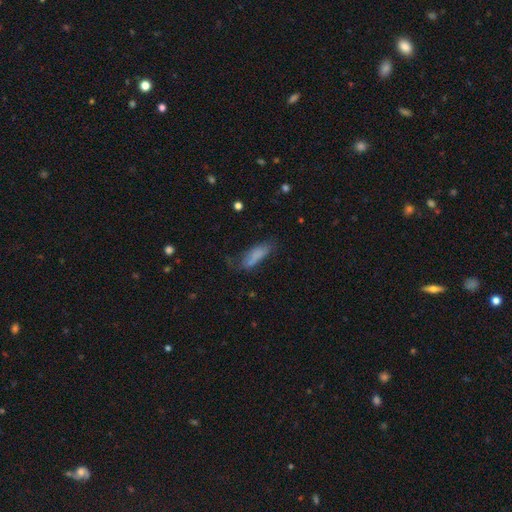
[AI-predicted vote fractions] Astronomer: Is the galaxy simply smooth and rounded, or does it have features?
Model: smooth — 76%.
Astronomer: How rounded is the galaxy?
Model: in between — 52% (runner-up: cigar-shaped, 45%).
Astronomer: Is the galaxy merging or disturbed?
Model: none — 49% (runner-up: minor disturbance, 30%).